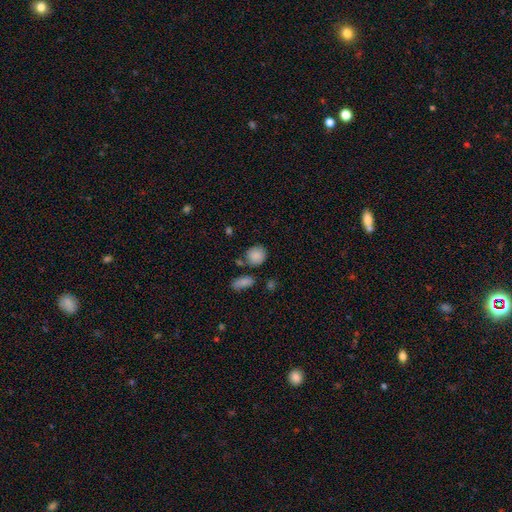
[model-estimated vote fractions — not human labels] Overall: smooth (87%). How rounded: round (82%). Merging: none (73%).